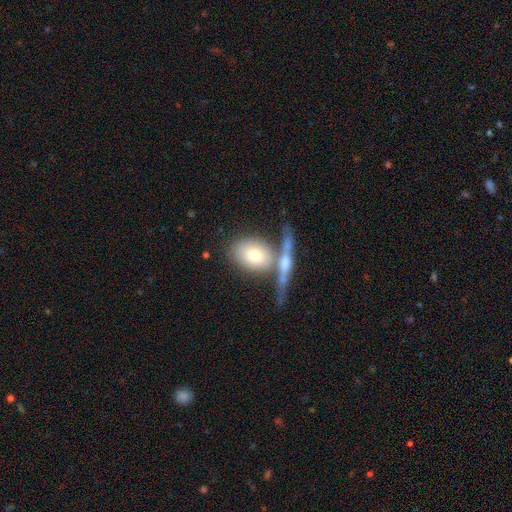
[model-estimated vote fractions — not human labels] smooth-or-featured: smooth: 66% | featured or disk: 27% | star or artifact: 7%
  how-rounded: in between: 69% | round: 26% | cigar-shaped: 6%
  merging: none: 44% | merger: 36% | minor disturbance: 13% | major disturbance: 7%